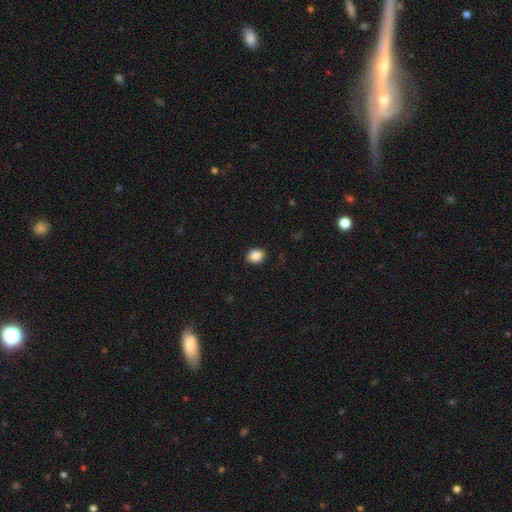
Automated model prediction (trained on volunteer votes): This is clearly a smooth galaxy (87%). How rounded: possibly round (51%). Merging: clearly none (89%).